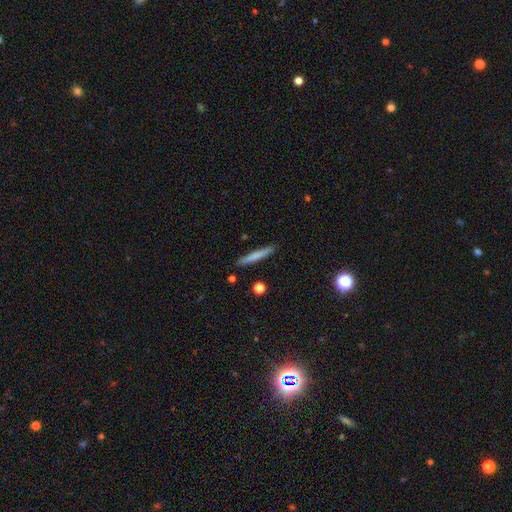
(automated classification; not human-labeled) A smooth galaxy with no disk features (70%) that is cigar-shaped (95%).

Vote fractions:
- Smooth or featured? smooth: 70% / featured or disk: 24% / star or artifact: 6%
- How rounded? cigar-shaped: 95% / in between: 3% / round: 1%
- Merging? none: 89% / minor disturbance: 8% / merger: 2% / major disturbance: 2%